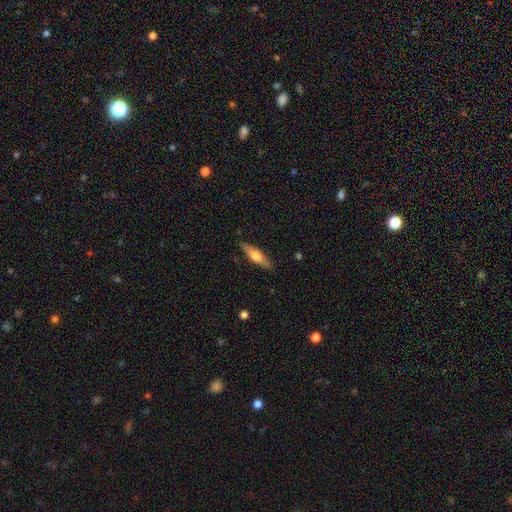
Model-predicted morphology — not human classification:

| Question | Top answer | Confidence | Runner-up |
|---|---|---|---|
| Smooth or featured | smooth | 49% | featured or disk (45%) |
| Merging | none | 87% | minor disturbance (10%) |